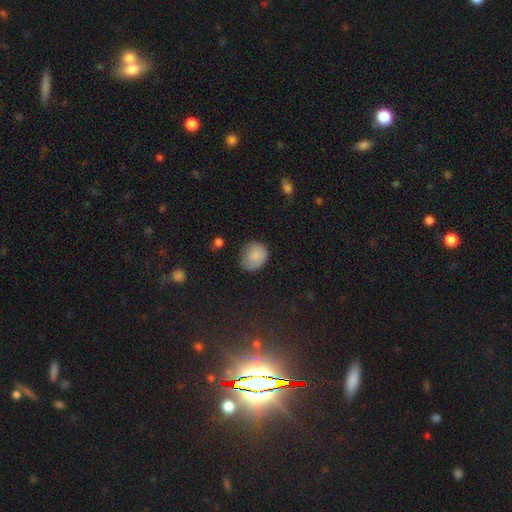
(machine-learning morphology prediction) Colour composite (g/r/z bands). It shows a smooth galaxy with no disk features (83%) that is round (62%). Merging: none (61%).